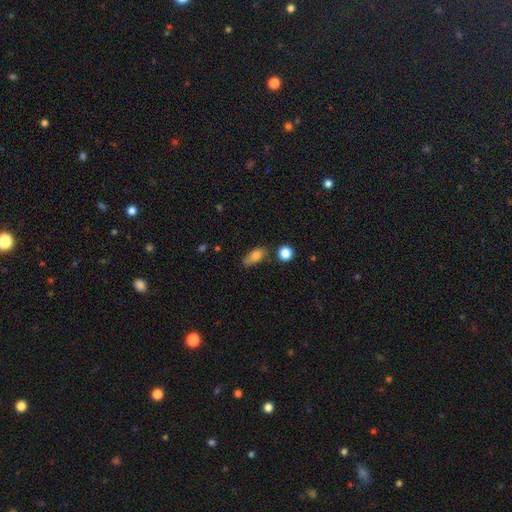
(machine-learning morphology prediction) type=smooth (80%); roundness=in between (79%); merging=none (65%).